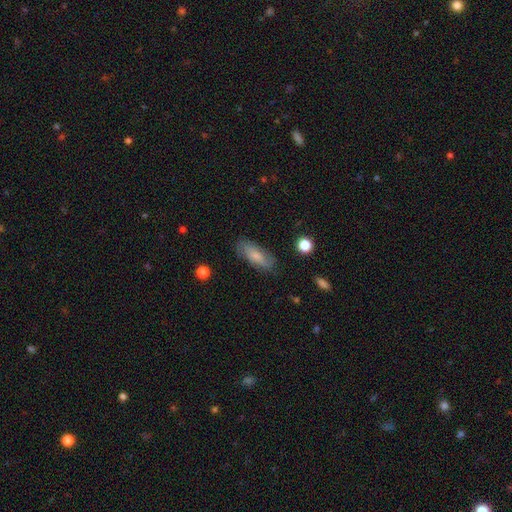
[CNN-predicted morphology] smooth 59%, featured or disk 34%, star or artifact 8%. Down the decision tree: how rounded — in between (77%); merging — none (77%).